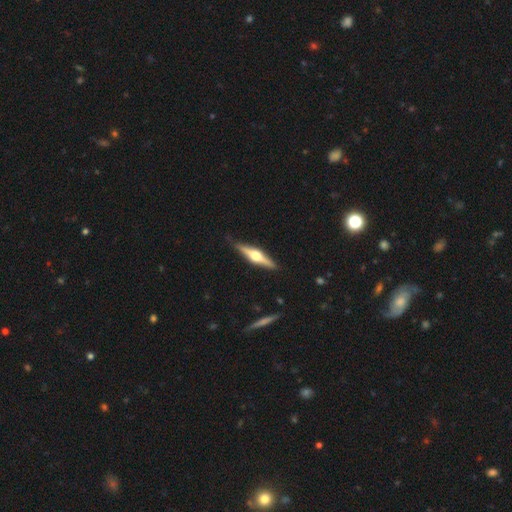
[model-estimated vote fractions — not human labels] Overall: featured or disk (75%). Edge-on disk: yes (98%). Edge-on bulge: rounded (95%). Merging: none (88%).